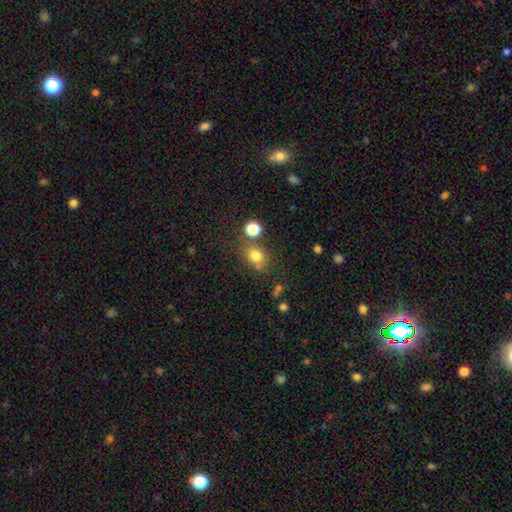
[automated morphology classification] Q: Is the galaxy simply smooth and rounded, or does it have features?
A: smooth — 77%.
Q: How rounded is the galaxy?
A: round — 59%.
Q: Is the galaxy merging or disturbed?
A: none — 67%.